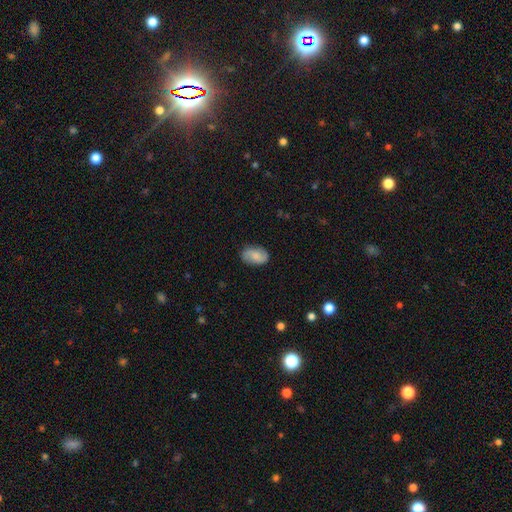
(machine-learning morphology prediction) A smooth galaxy with no disk features (50%) that is in between round and cigar-shaped (88%). Merging: none (81%).